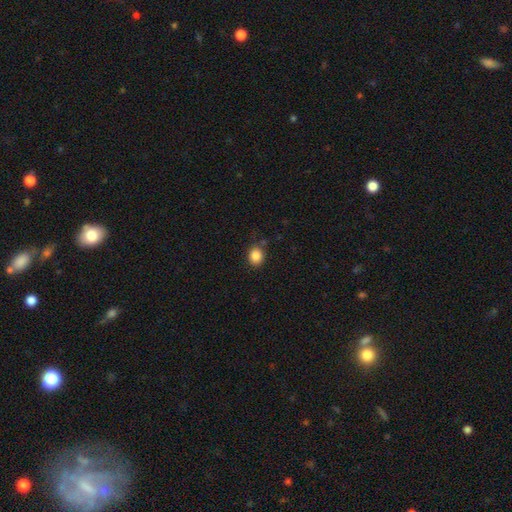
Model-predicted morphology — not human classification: This appears to be a smooth galaxy with no disk features (86%) that is round (71%). Merging: none (82%).